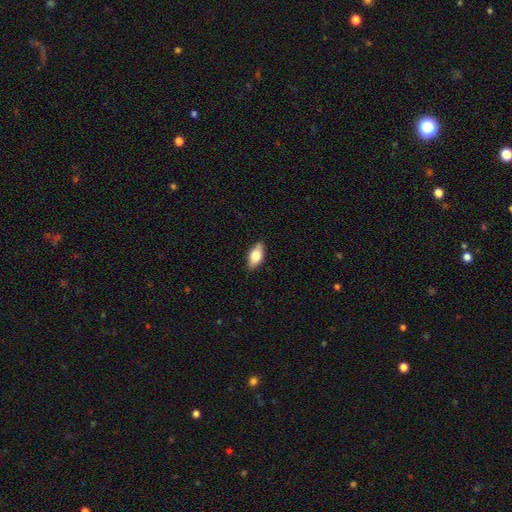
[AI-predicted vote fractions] This is likely a smooth galaxy (75%). How rounded: clearly in between (88%). Merging: clearly none (85%).